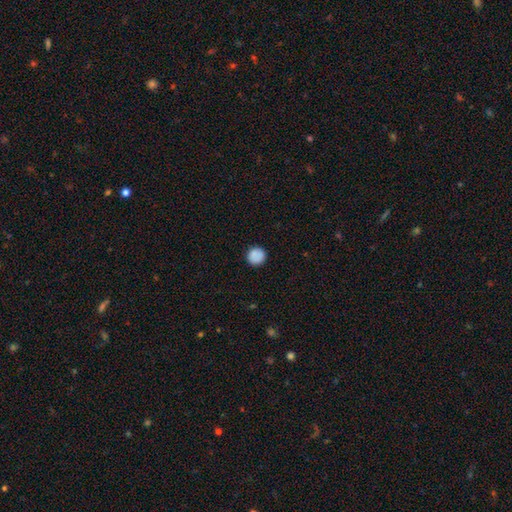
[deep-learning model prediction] A smooth galaxy with no disk features (87%) that is round (95%).

Vote fractions:
- Smooth or featured? smooth: 87% / star or artifact: 9% / featured or disk: 4%
- How rounded? round: 95% / in between: 5% / cigar-shaped: 1%
- Merging? none: 89% / minor disturbance: 8% / major disturbance: 2% / merger: 1%